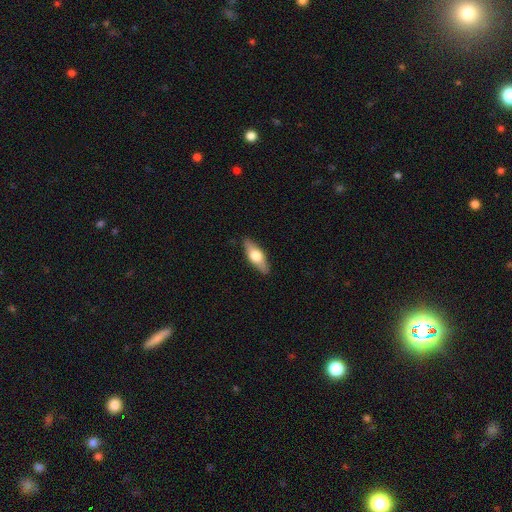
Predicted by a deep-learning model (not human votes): Smooth or featured?
  - smooth: 53% *
  - featured or disk: 41%
  - star or artifact: 6%
How rounded?
  - in between: 64% *
  - cigar-shaped: 33%
  - round: 3%
Merging?
  - none: 88% *
  - minor disturbance: 10%
  - major disturbance: 2%
  - merger: 1%